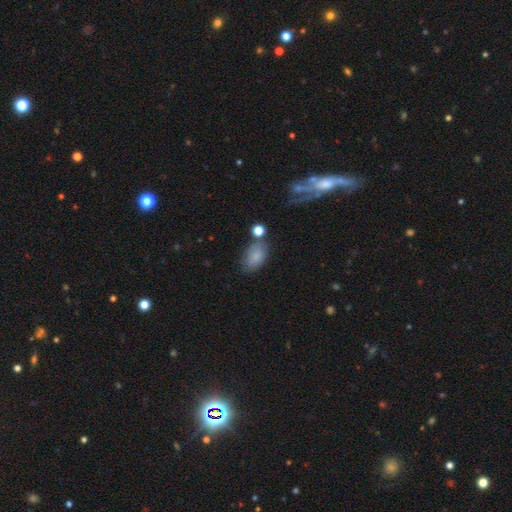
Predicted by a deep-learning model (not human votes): A smooth galaxy with no disk features (81%) that is in between round and cigar-shaped (88%).

Vote fractions:
- Smooth or featured? smooth: 81% / star or artifact: 10% / featured or disk: 10%
- How rounded? in between: 88% / round: 10% / cigar-shaped: 2%
- Merging? none: 61% / minor disturbance: 22% / merger: 10% / major disturbance: 8%